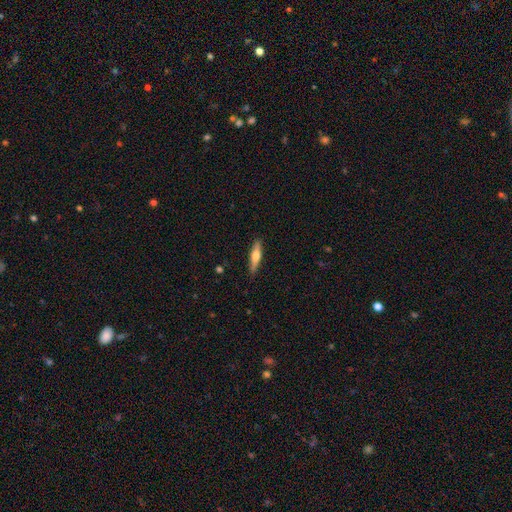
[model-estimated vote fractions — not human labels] Q: Smooth or featured?
A: smooth (53%); runner-up: featured or disk (41%)
Q: How rounded?
A: cigar-shaped (79%); runner-up: in between (20%)
Q: Merging?
A: none (88%); runner-up: minor disturbance (9%)